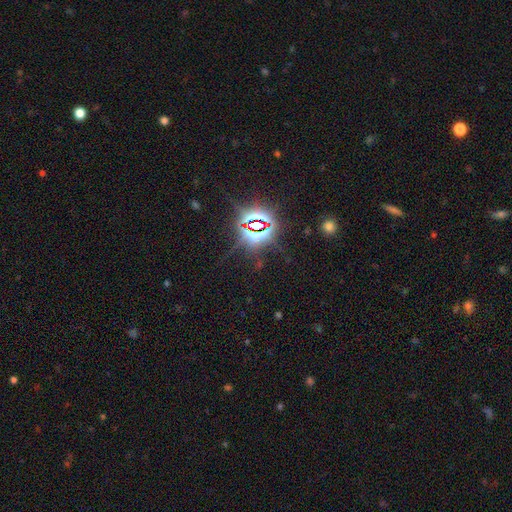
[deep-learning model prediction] Smooth or featured? Predicted: star or artifact (p=0.83).